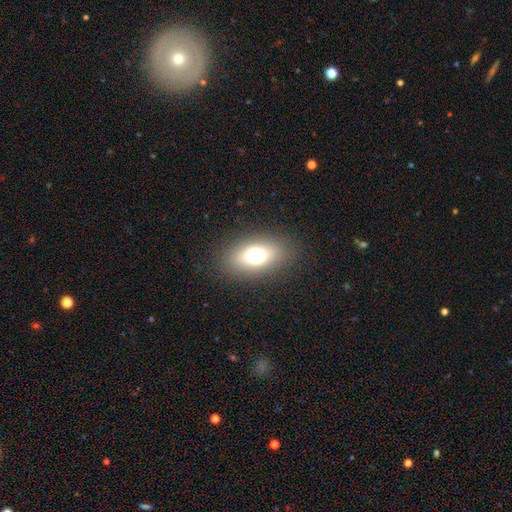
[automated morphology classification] Smooth or featured? smooth (69%)
How rounded? in between (83%)
Merging? none (85%)